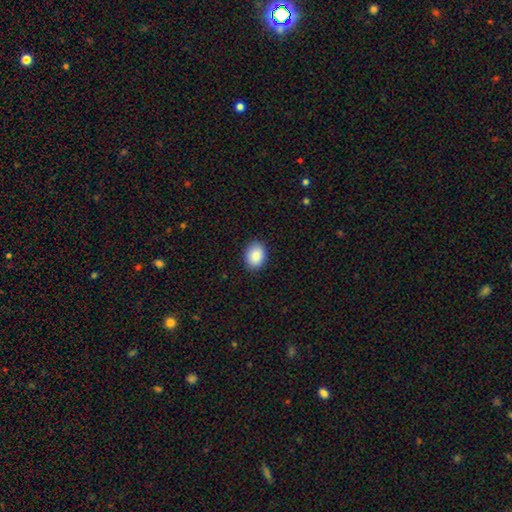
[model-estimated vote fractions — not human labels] smooth 89%, star or artifact 7%, featured or disk 4%. Down the decision tree: how rounded — in between (68%); merging — none (89%).